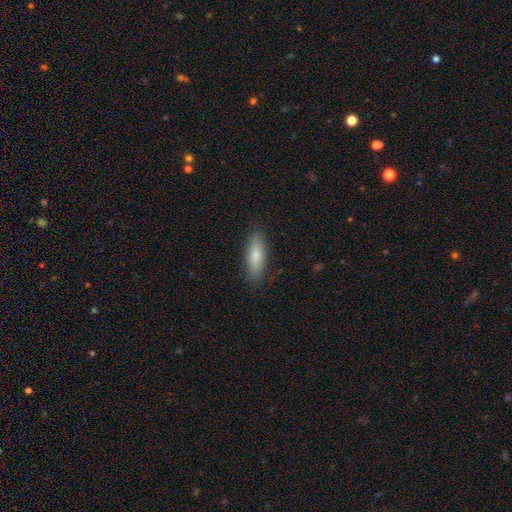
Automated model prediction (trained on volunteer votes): Q: Smooth or featured?
A: smooth (80%); runner-up: featured or disk (14%)
Q: How rounded?
A: in between (62%); runner-up: cigar-shaped (36%)
Q: Merging?
A: none (85%); runner-up: minor disturbance (11%)